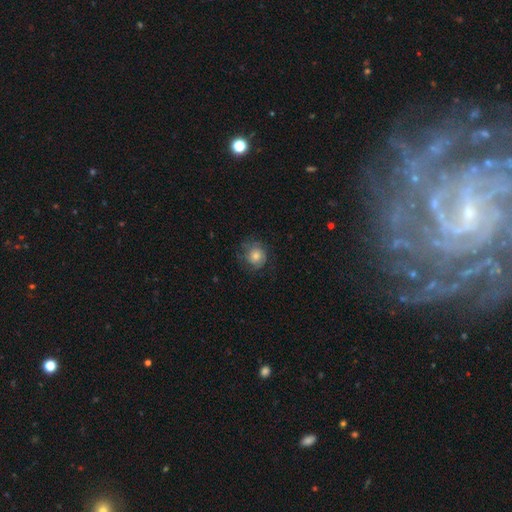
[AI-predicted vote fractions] Morphology: type=smooth (50%); merging=none (70%).